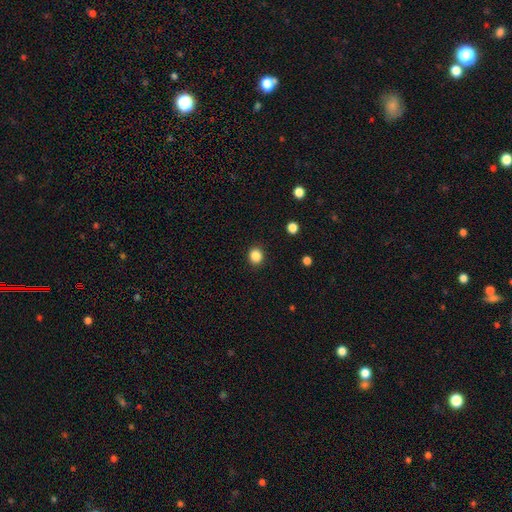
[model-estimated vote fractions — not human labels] Overall: smooth (86%). How rounded: round (83%). Merging: none (91%).